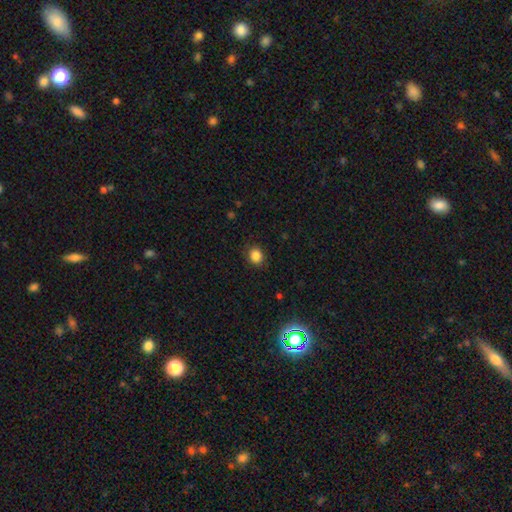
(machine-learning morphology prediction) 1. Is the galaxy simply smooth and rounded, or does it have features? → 85% smooth, 11% star or artifact, 4% featured or disk.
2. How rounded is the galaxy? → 65% round, 34% in between, 1% cigar-shaped.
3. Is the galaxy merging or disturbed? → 84% none, 11% minor disturbance, 3% major disturbance, 1% merger.